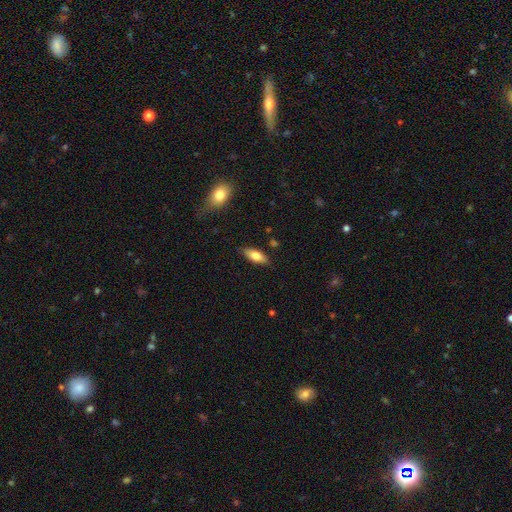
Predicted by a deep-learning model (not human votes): smooth-or-featured: smooth: 75% | featured or disk: 18% | star or artifact: 6%
  how-rounded: in between: 75% | cigar-shaped: 22% | round: 2%
  merging: none: 85% | minor disturbance: 11% | major disturbance: 2% | merger: 2%